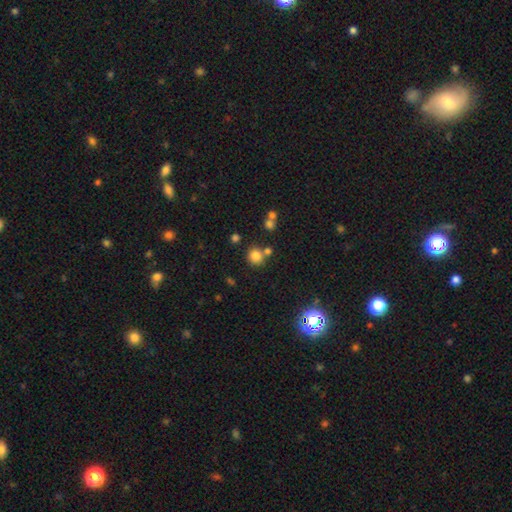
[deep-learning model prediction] Morphology: type=smooth (79%); roundness=round (90%); merging=none (72%).